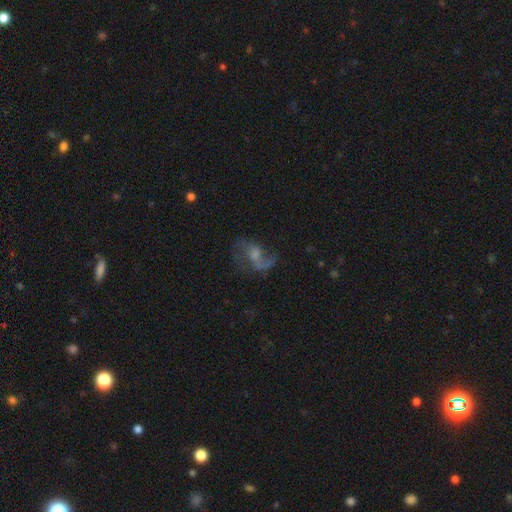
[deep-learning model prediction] smooth-or-featured: featured or disk: 76% | smooth: 14% | star or artifact: 10%
  disk-edge-on: no: 97% | yes: 3%
    bar: no: 51% | weak: 40% | strong: 9%
    has-spiral-arms: yes: 89% | no: 11%
      spiral-winding: loose: 73% | medium: 22% | tight: 5%
      spiral-arm-count: 2: 67% | 1: 25% | can't tell: 4% | 3: 2% | 4: 1% | more than 4: 1%
    bulge-size: small: 43% | moderate: 28% | none: 23% | large: 5% | dominant: 2%
  merging: none: 49% | major disturbance: 29% | minor disturbance: 18% | merger: 3%